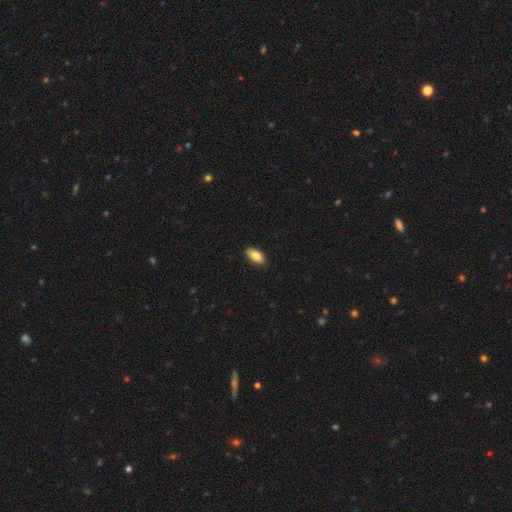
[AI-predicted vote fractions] smooth_or_featured: smooth (p=0.84) [alt: featured or disk p=0.10]
how_rounded: in between (p=0.91) [alt: cigar-shaped p=0.06]
merging: none (p=0.88) [alt: minor disturbance p=0.09]